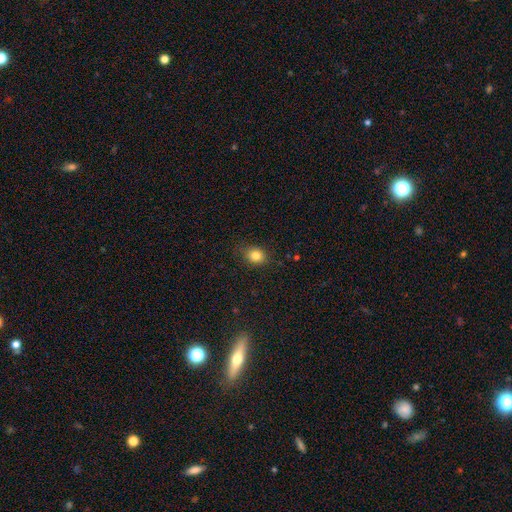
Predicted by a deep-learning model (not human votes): smooth_or_featured: smooth (p=0.82) [alt: star or artifact p=0.12]
how_rounded: round (p=0.64) [alt: in between p=0.35]
merging: none (p=0.85) [alt: minor disturbance p=0.11]